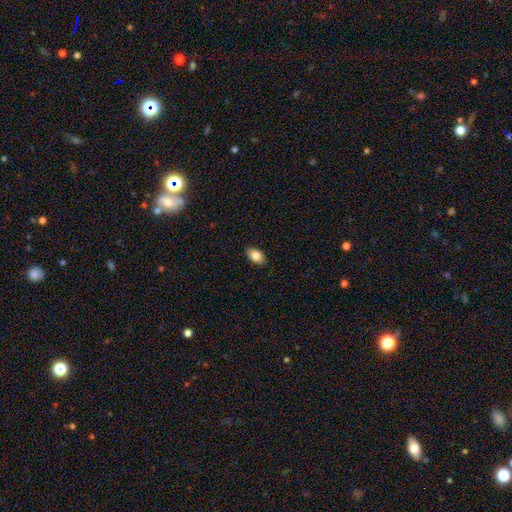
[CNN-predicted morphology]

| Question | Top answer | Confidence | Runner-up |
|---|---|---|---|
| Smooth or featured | smooth | 83% | featured or disk (9%) |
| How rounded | in between | 90% | round (8%) |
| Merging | none | 86% | minor disturbance (11%) |